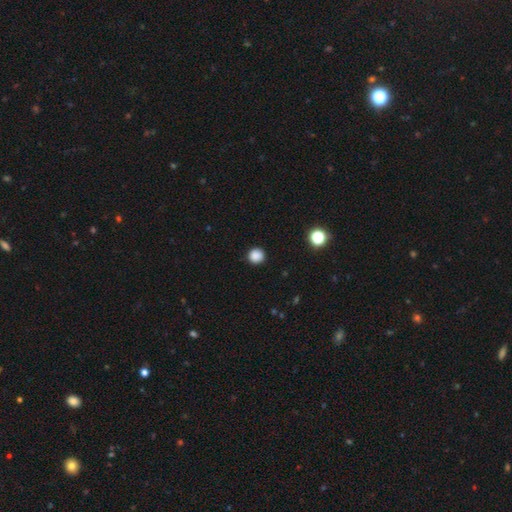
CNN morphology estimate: The model was most divided on "smooth or featured": smooth: 86%, star or artifact: 11%, featured or disk: 2%. More confident: how rounded — round (94%); merging — none (92%).